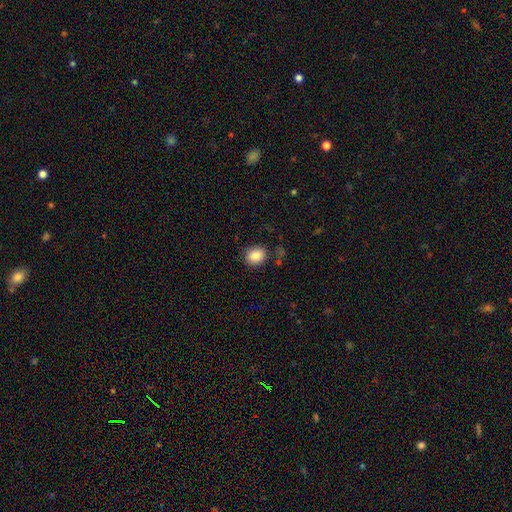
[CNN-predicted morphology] Smooth or featured? Predicted: smooth (p=0.87). How rounded? Predicted: round (p=0.62). Merging? Predicted: none (p=0.81).